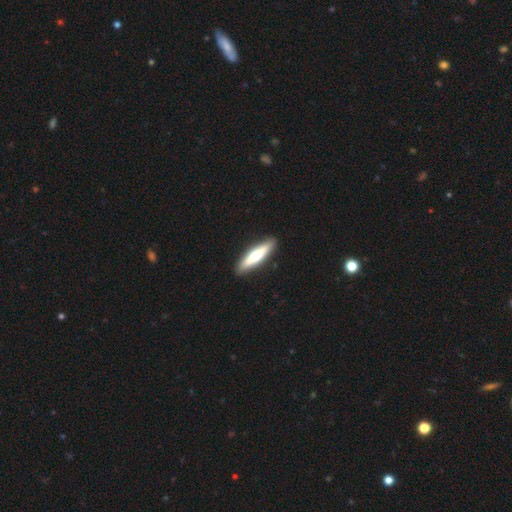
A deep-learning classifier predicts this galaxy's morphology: smooth-or-featured: smooth: 59% | featured or disk: 37% | star or artifact: 5%
  how-rounded: cigar-shaped: 76% | in between: 23% | round: 1%
  merging: none: 91% | minor disturbance: 7% | major disturbance: 1% | merger: 1%